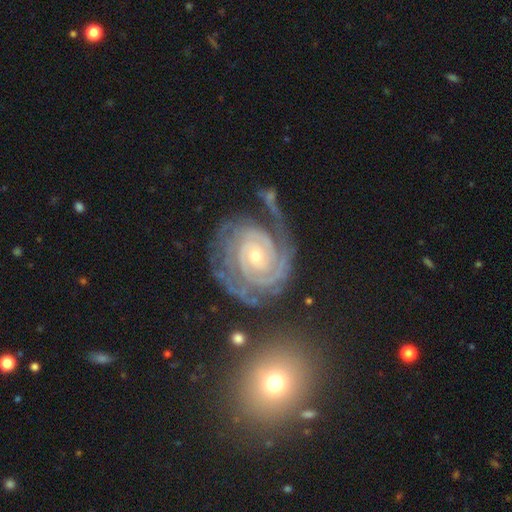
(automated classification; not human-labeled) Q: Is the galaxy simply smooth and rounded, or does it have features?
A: featured or disk — 91%.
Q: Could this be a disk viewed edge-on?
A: no — 98%.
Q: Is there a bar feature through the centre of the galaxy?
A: no — 69%.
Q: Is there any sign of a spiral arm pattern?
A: yes — 98%.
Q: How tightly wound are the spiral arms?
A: tight — 83%.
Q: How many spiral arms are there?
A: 2 — 43%.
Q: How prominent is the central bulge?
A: small — 68%.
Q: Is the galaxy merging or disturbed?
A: none — 62%.